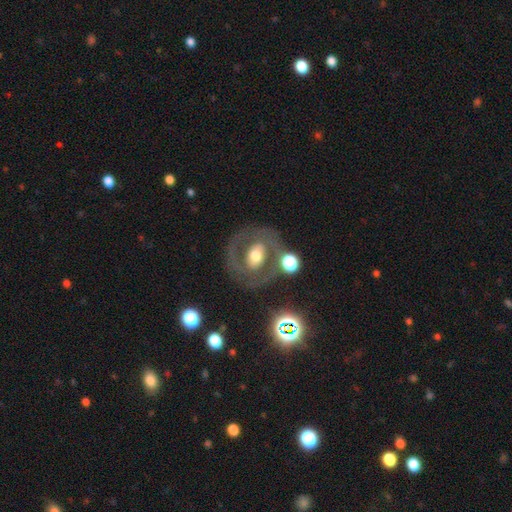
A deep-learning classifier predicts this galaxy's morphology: The model was most divided on "spiral arms": no: 59%, yes: 41%. More confident: edge-on disk — no (95%); merging — none (69%); smooth or featured — featured or disk (63%); bulge size — moderate (62%); bar — no (55%).